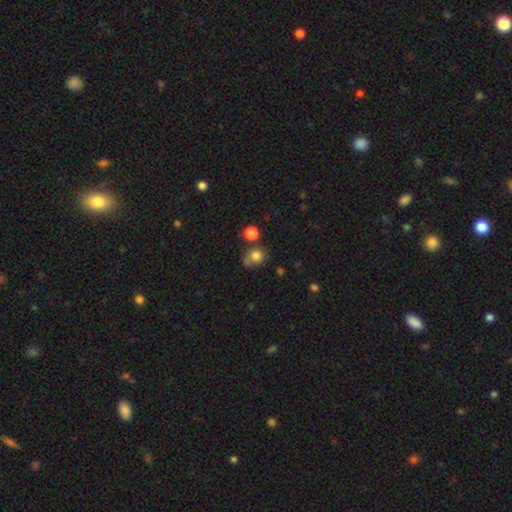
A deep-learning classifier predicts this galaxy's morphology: Overall: smooth (78%). How rounded: round (73%). Merging: none (51%; minor disturbance 22%).